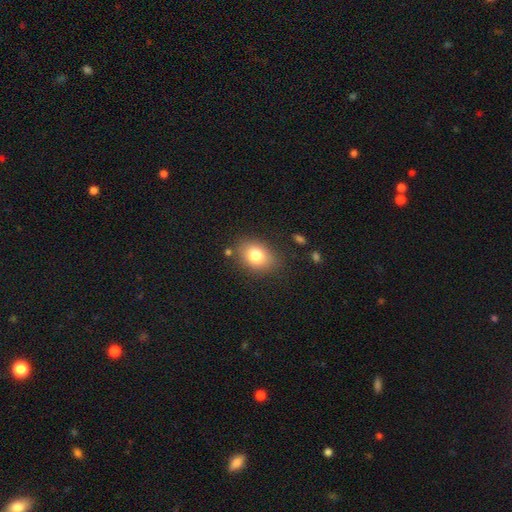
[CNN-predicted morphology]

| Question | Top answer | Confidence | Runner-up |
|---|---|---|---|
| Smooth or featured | smooth | 78% | featured or disk (12%) |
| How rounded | in between | 70% | round (29%) |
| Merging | none | 80% | minor disturbance (13%) |